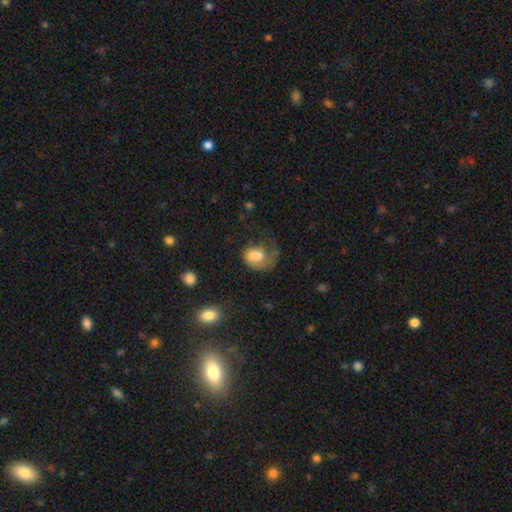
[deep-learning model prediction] This appears to be a smooth galaxy with no disk features (55%) that is in between round and cigar-shaped (67%). Merging: major disturbance (41%).